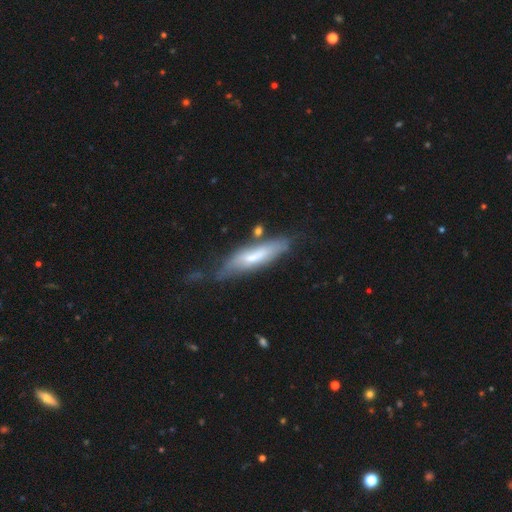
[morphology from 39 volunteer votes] Smooth or featured?
  - smooth: 54% *
  - featured or disk: 41%
  - star or artifact: 5%
How rounded?
  - cigar-shaped: 52% *
  - in between: 43%
  - round: 5%
Merging?
  - none: 35% *
  - minor disturbance: 30%
  - major disturbance: 27%
  - merger: 8%